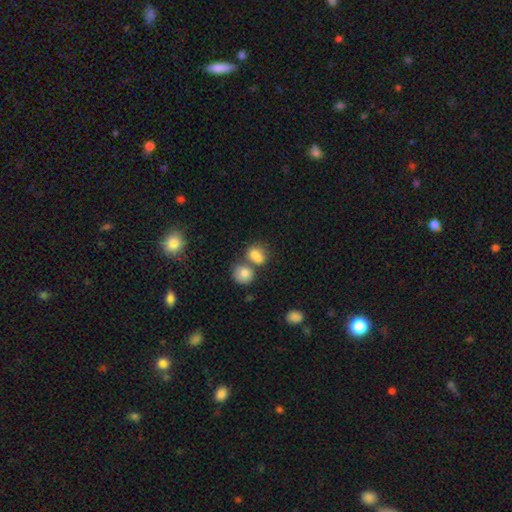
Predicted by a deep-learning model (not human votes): This appears to be a smooth galaxy with no disk features (76%) that is round (58%). Merging: merger (56%).